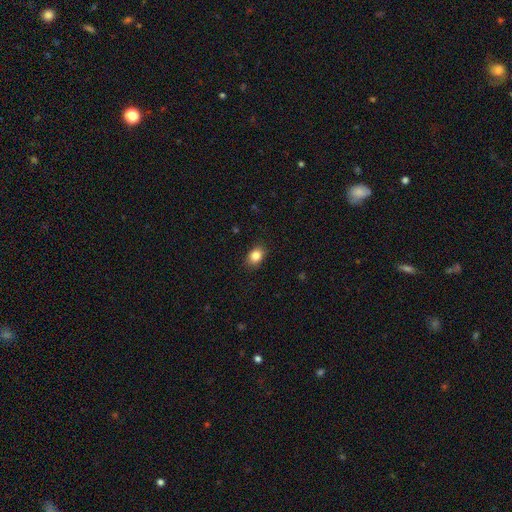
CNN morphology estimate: Overall: smooth (85%). How rounded: in between (66%; round 33%). Merging: none (87%).